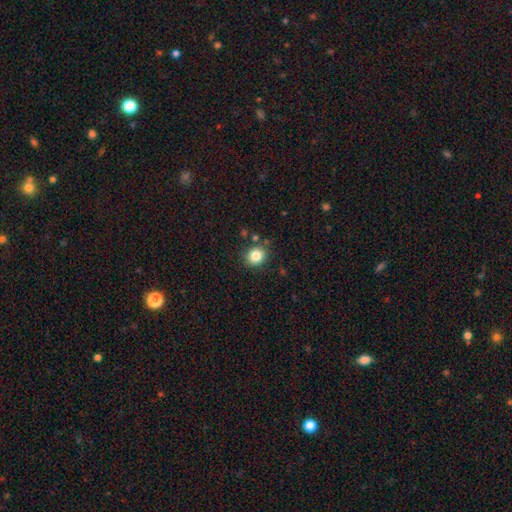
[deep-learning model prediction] smooth 82%, star or artifact 11%, featured or disk 6%. Down the decision tree: how rounded — round (78%); merging — none (83%).